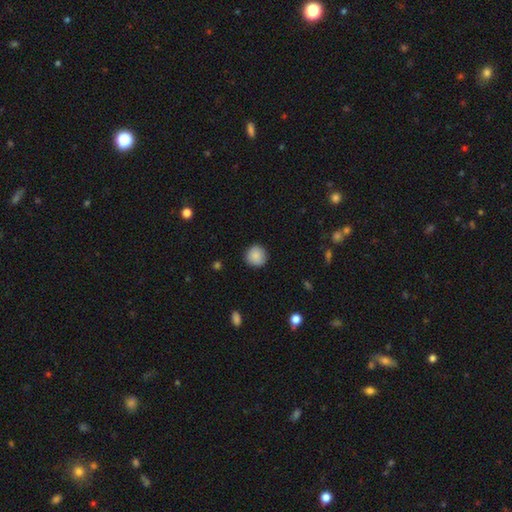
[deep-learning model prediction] This is clearly a smooth galaxy (88%). How rounded: clearly round (94%). Merging: clearly none (90%).